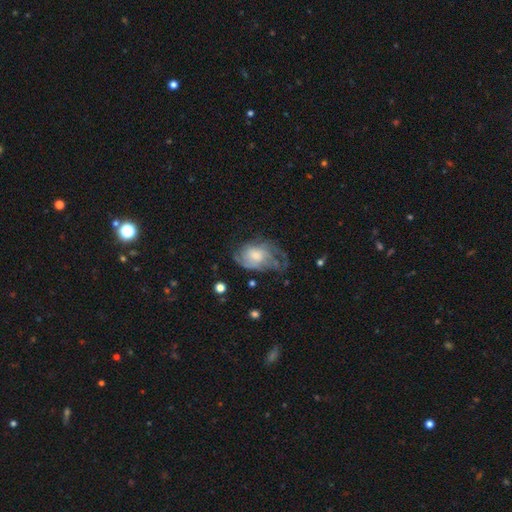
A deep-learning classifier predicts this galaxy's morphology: Smooth or featured? featured or disk (65%)
Edge-on disk? no (96%)
Bar? no (70%)
Spiral arms? yes (80%)
Bulge size? moderate (48%)
Merging? none (39%)